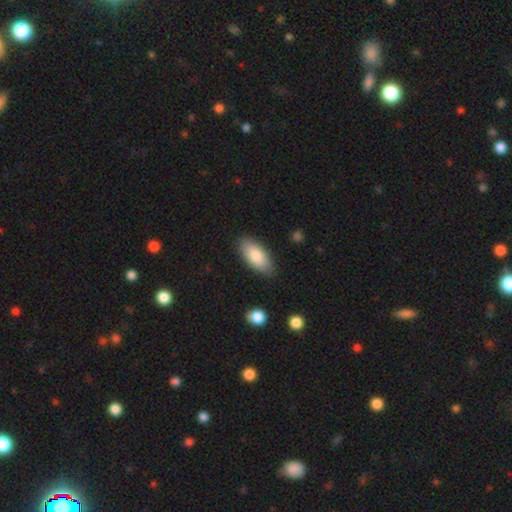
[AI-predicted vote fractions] smooth-or-featured: smooth: 83% | featured or disk: 11% | star or artifact: 6%
  how-rounded: in between: 89% | cigar-shaped: 10% | round: 2%
  merging: none: 85% | minor disturbance: 11% | major disturbance: 2% | merger: 2%